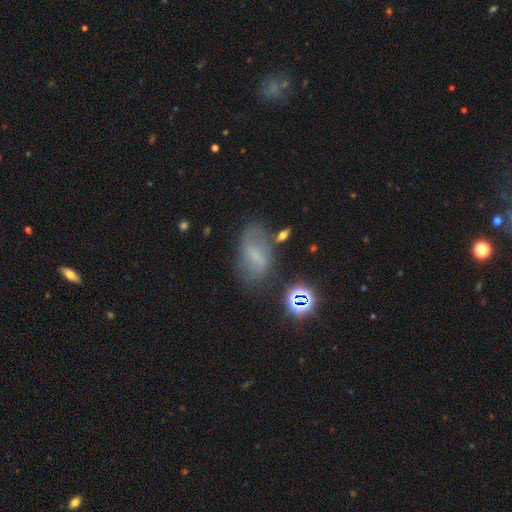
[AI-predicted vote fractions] A smooth galaxy with no disk features (45%).

Vote fractions:
- Smooth or featured? smooth: 45% / featured or disk: 37% / star or artifact: 19%
- Merging? none: 61% / minor disturbance: 23% / major disturbance: 12% / merger: 5%